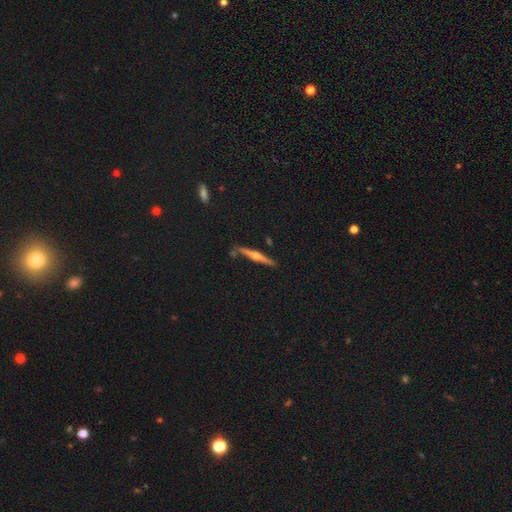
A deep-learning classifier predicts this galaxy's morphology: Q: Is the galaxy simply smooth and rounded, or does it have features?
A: featured or disk — 75%.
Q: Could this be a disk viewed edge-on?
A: yes — 98%.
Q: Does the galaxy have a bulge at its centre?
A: rounded — 89%.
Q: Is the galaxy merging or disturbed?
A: none — 83%.